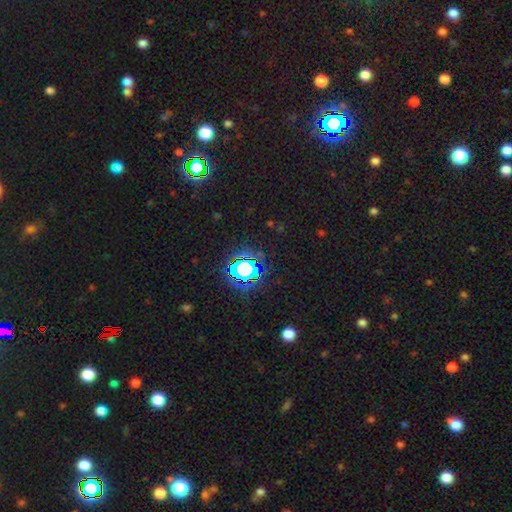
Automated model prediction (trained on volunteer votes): A star or artifact, not a galaxy (80%).

Vote fractions:
- Smooth or featured? star or artifact: 80% / smooth: 12% / featured or disk: 7%